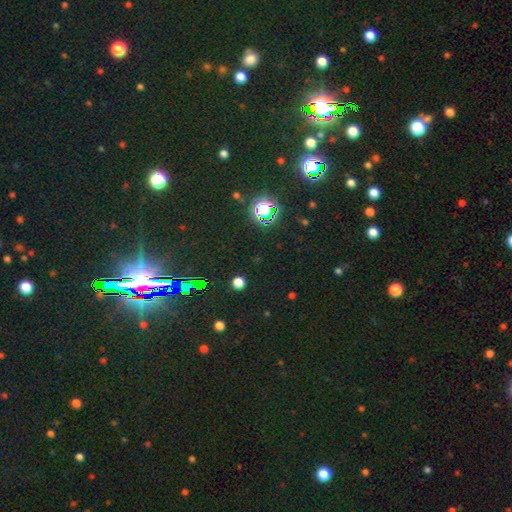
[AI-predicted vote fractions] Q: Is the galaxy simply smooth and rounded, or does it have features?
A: star or artifact — 81%.